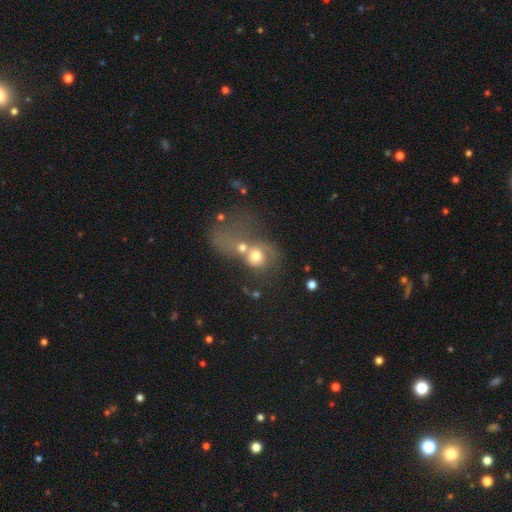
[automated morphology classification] Smooth or featured: smooth — 51% (featured or disk — 37%)
How rounded: round — 63% (in between — 36%)
Merging: merger — 62% (major disturbance — 20%)